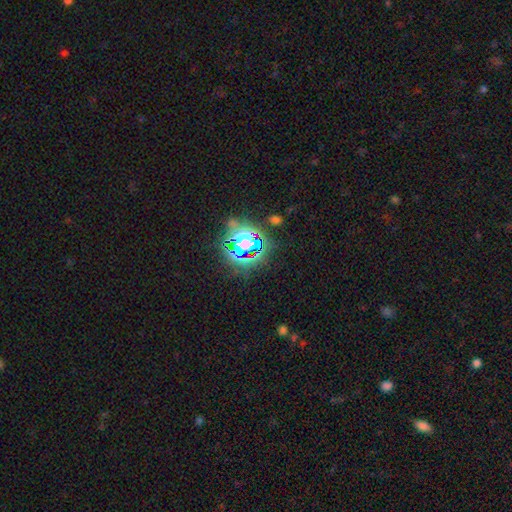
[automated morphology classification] Smooth or featured?
  - star or artifact: 76% *
  - smooth: 15%
  - featured or disk: 9%